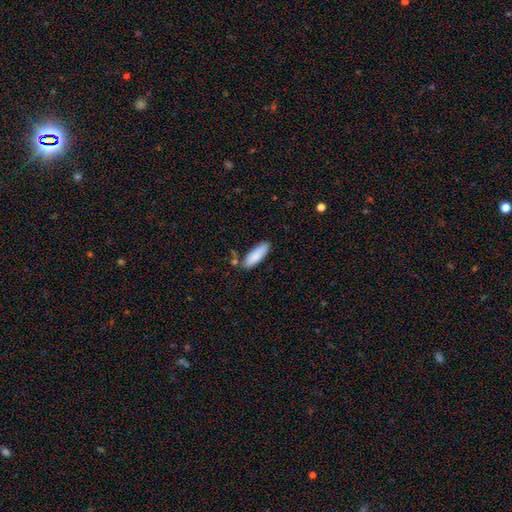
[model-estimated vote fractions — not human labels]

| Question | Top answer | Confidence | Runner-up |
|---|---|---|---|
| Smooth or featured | smooth | 86% | featured or disk (9%) |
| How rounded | in between | 54% | cigar-shaped (44%) |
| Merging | none | 78% | minor disturbance (14%) |